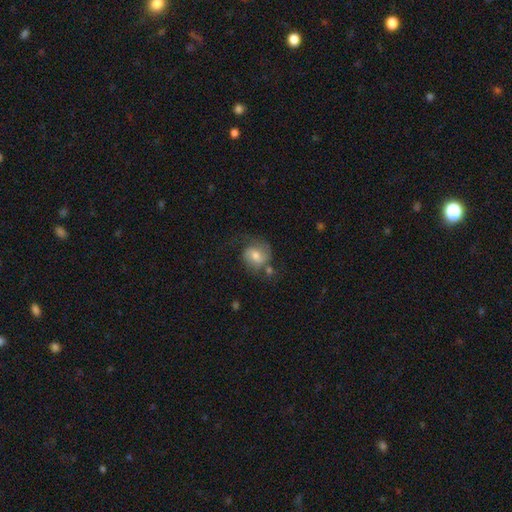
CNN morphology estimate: The model was most divided on "smooth or featured": smooth: 47%, featured or disk: 44%, star or artifact: 9%. More confident: merging — none (53%).